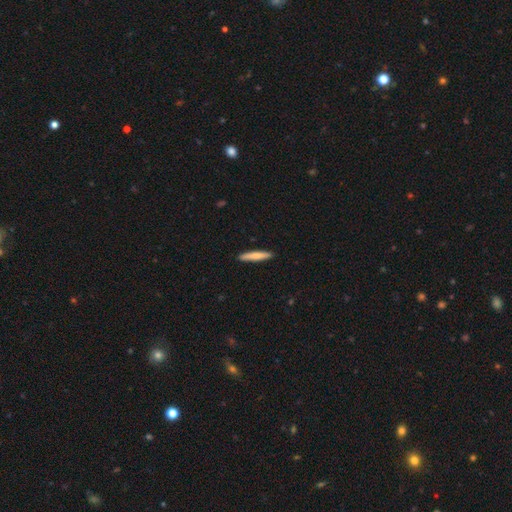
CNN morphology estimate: smooth_or_featured: smooth (p=0.73) [alt: featured or disk p=0.22]
how_rounded: cigar-shaped (p=0.93) [alt: in between p=0.06]
merging: none (p=0.91) [alt: minor disturbance p=0.07]